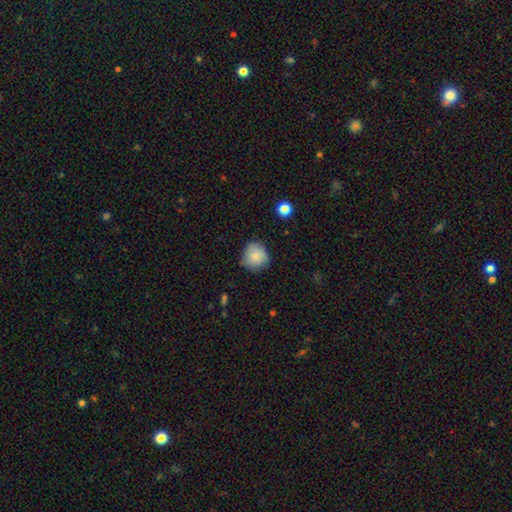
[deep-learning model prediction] Overall: smooth (82%). How rounded: round (89%). Merging: none (69%).